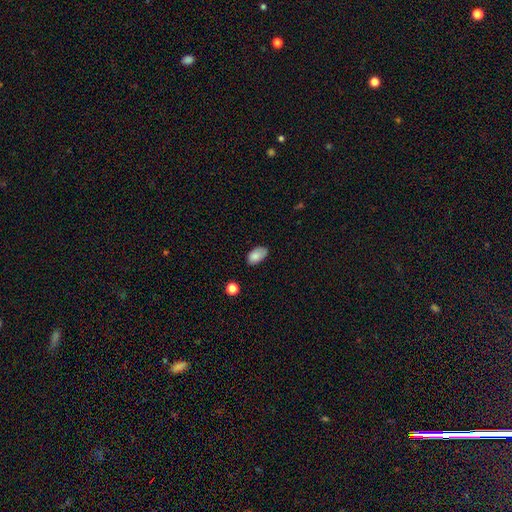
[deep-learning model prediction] This is clearly a smooth galaxy (83%). How rounded: clearly in between (92%). Merging: likely none (67%).